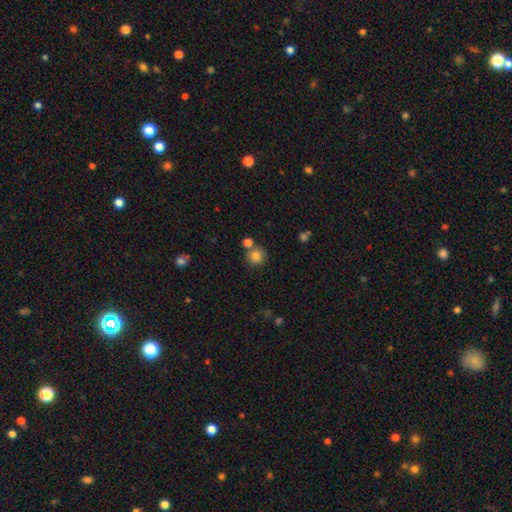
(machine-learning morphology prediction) Smooth or featured?
  - smooth: 81% *
  - star or artifact: 11%
  - featured or disk: 7%
How rounded?
  - round: 91% *
  - in between: 8%
  - cigar-shaped: 1%
Merging?
  - none: 70% *
  - merger: 17%
  - minor disturbance: 10%
  - major disturbance: 3%